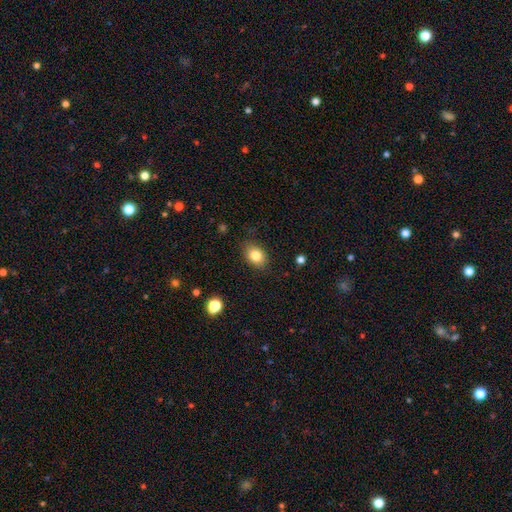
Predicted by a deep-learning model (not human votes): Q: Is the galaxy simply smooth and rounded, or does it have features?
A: smooth — 82%.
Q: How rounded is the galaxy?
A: in between — 68%.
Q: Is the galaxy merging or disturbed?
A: none — 83%.